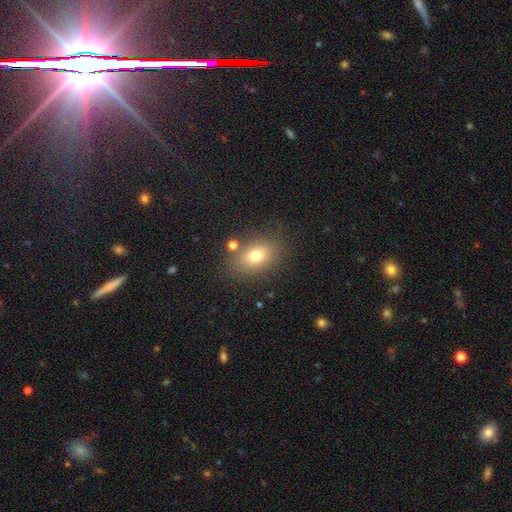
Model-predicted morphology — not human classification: Smooth or featured? smooth (75%)
How rounded? in between (73%)
Merging? none (76%)